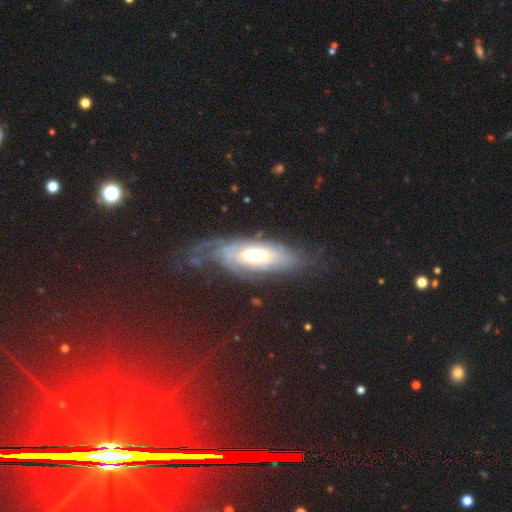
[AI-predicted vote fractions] Smooth or featured: featured or disk — 70% (smooth — 23%)
Edge-on disk: no — 83% (yes — 17%)
Bar: no — 61% (weak — 28%)
Spiral arms: yes — 72% (no — 28%)
Bulge size: moderate — 54% (large — 29%)
Merging: none — 45% (major disturbance — 28%)